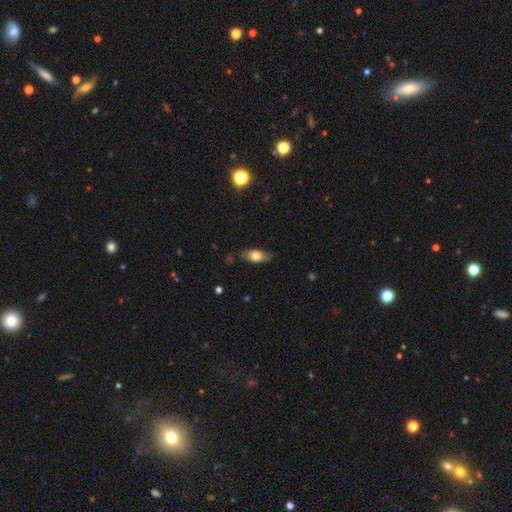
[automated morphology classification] Smooth or featured? Predicted: smooth (p=0.72). How rounded? Predicted: in between (p=0.82). Merging? Predicted: none (p=0.78).